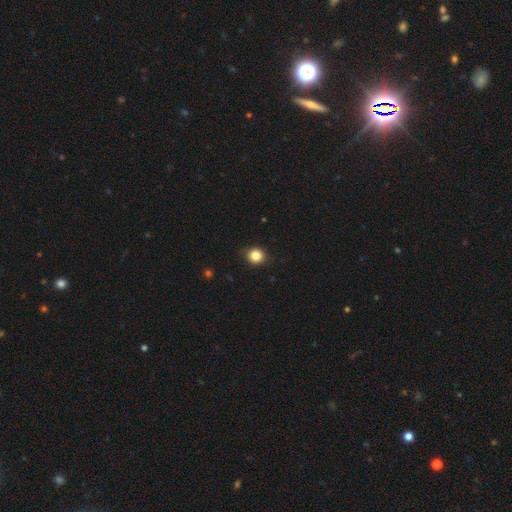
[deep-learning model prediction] Q: Smooth or featured?
A: smooth (84%); runner-up: star or artifact (11%)
Q: How rounded?
A: round (85%); runner-up: in between (14%)
Q: Merging?
A: none (86%); runner-up: minor disturbance (11%)